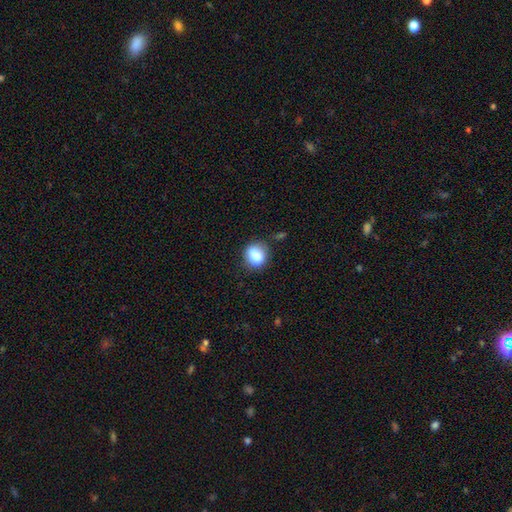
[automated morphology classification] A smooth galaxy with no disk features (84%) that is round (65%).

Vote fractions:
- Smooth or featured? smooth: 84% / star or artifact: 9% / featured or disk: 7%
- How rounded? round: 65% / in between: 34% / cigar-shaped: 1%
- Merging? none: 70% / minor disturbance: 20% / major disturbance: 5% / merger: 4%